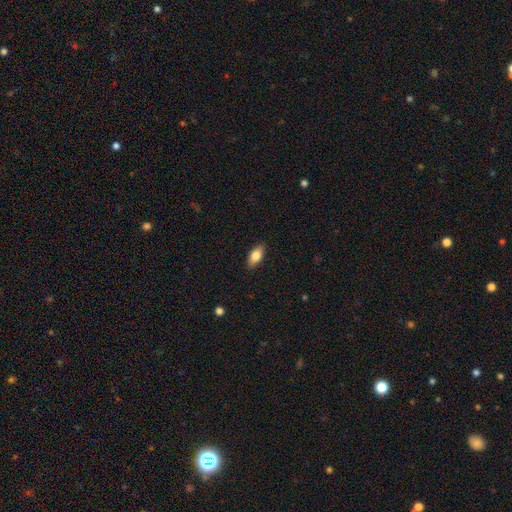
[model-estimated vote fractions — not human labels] Smooth or featured: smooth — 77% (featured or disk — 17%)
How rounded: in between — 84% (cigar-shaped — 13%)
Merging: none — 88% (minor disturbance — 9%)